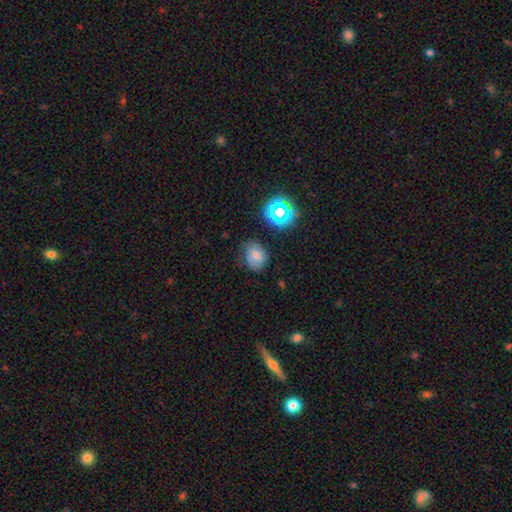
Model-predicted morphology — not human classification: Smooth or featured?
  - smooth: 64% *
  - featured or disk: 18%
  - star or artifact: 18%
How rounded?
  - round: 56% *
  - in between: 43%
  - cigar-shaped: 1%
Merging?
  - none: 60% *
  - minor disturbance: 29%
  - major disturbance: 9%
  - merger: 2%